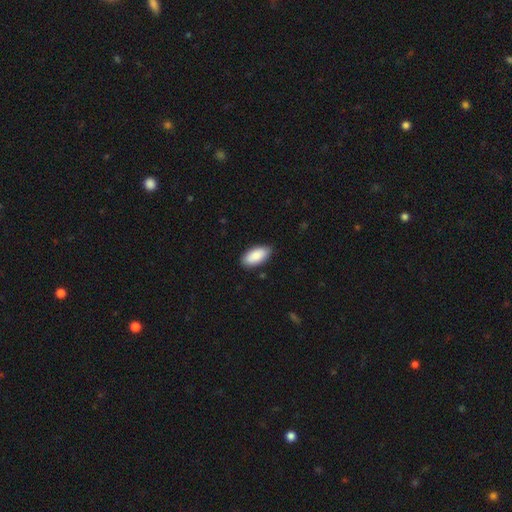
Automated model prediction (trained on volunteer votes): This is clearly a smooth galaxy (89%). How rounded: clearly in between (93%). Merging: clearly none (85%).